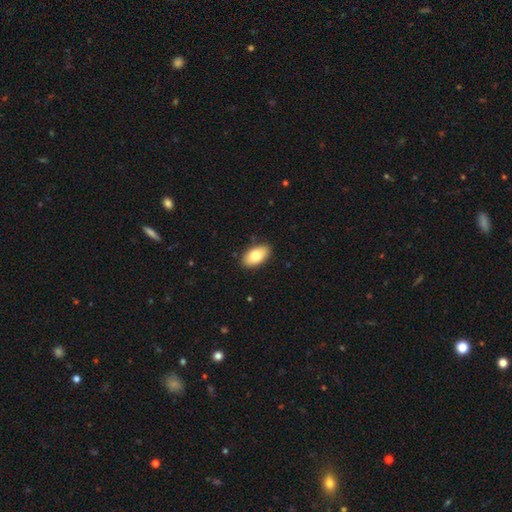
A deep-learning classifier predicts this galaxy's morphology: smooth 80%, featured or disk 13%, star or artifact 6%. Down the decision tree: how rounded — in between (94%); merging — none (88%).